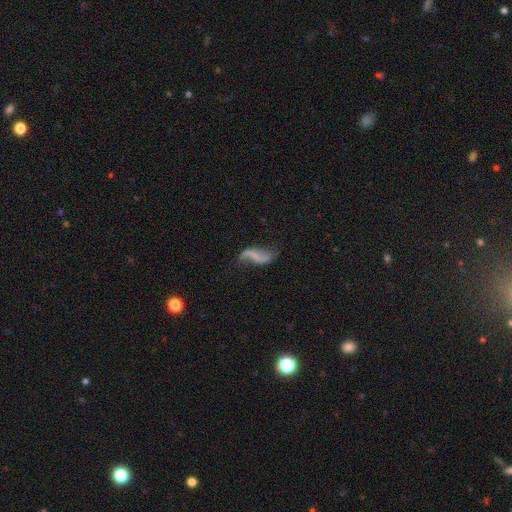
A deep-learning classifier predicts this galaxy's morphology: Smooth or featured: featured or disk — 74% (smooth — 17%)
Edge-on disk: no — 96% (yes — 4%)
Bar: weak — 35% (no — 34%)
Spiral arms: yes — 89% (no — 11%)
Spiral winding: loose — 90% (medium — 7%)
Spiral arm count: 2 — 89% (1 — 6%)
Bulge size: none — 66% (small — 24%)
Merging: none — 63% (minor disturbance — 19%)